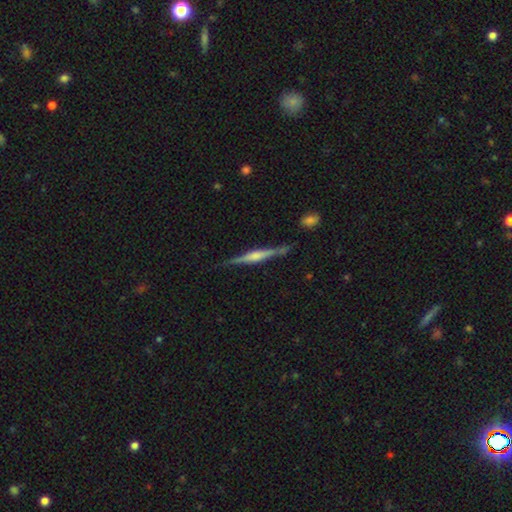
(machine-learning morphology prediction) smooth_or_featured: featured or disk (p=0.76) [alt: smooth p=0.18]
disk_edge_on: yes (p=0.98) [alt: no p=0.02]
edge_on_bulge: rounded (p=0.66) [alt: boxy p=0.25]
merging: none (p=0.85) [alt: minor disturbance p=0.11]